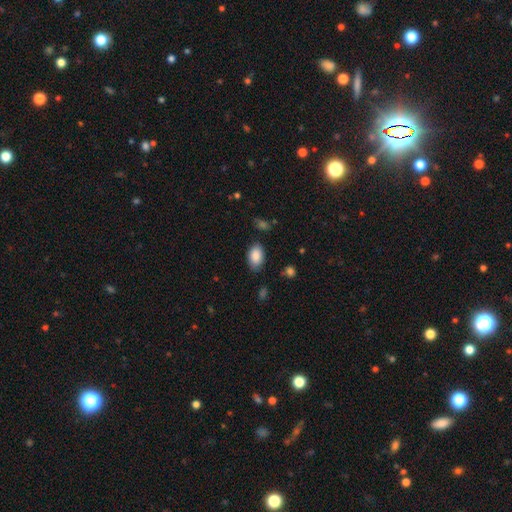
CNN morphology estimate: smooth 88%, star or artifact 7%, featured or disk 5%. Down the decision tree: how rounded — in between (91%); merging — none (80%).